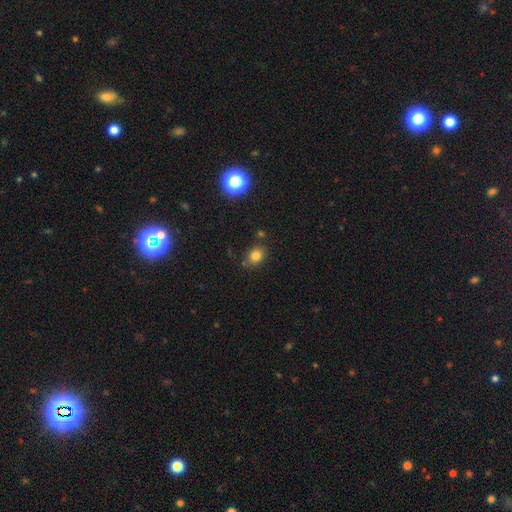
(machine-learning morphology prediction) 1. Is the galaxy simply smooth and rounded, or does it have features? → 79% smooth, 13% star or artifact, 7% featured or disk.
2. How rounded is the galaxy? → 57% in between, 41% round, 1% cigar-shaped.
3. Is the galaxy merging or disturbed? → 75% none, 15% minor disturbance, 7% merger, 4% major disturbance.